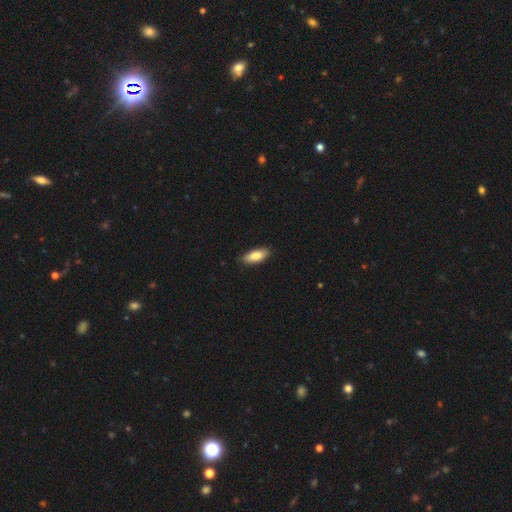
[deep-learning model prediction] Smooth or featured? smooth (82%)
How rounded? in between (75%)
Merging? none (87%)